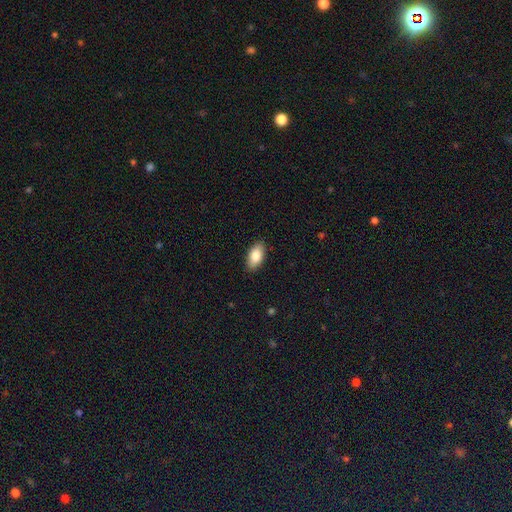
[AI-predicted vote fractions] This appears to be a smooth galaxy with no disk features (84%) that is in between round and cigar-shaped (93%). Merging: none (89%).